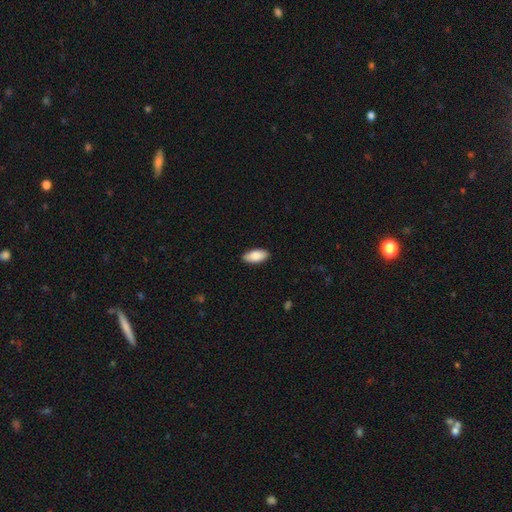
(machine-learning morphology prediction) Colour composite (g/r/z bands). It shows a smooth galaxy with no disk features (87%) that is in between round and cigar-shaped (91%). Merging: none (89%).